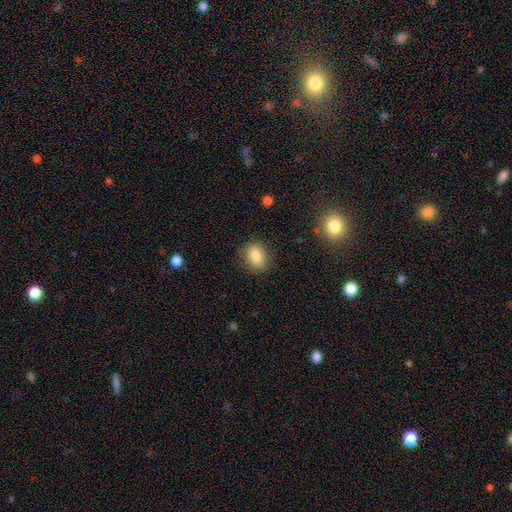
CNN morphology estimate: A smooth galaxy with no disk features (83%) that is in between round and cigar-shaped (55%). Merging: none (83%).